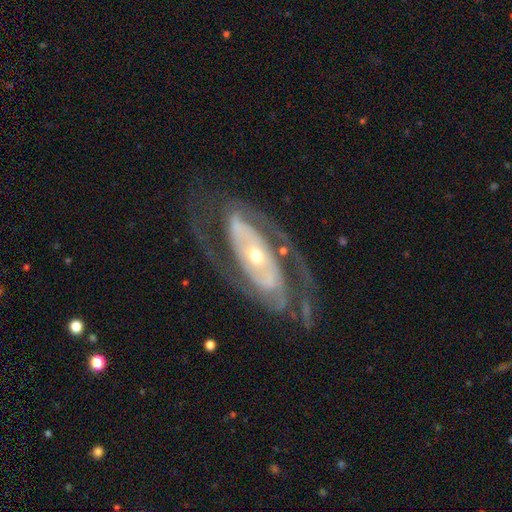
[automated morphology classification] A featured or disk galaxy (88%) with no bar (51%), 2 (83%) tight (43%) spiral arms (89%) and a small central bulge (50%). Merging: none (75%).